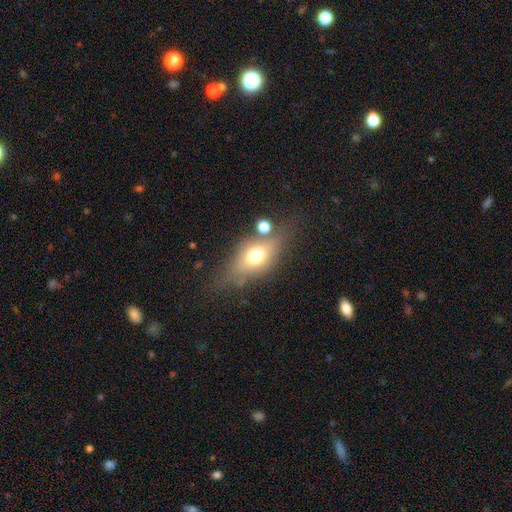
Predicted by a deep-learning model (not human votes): smooth 56%, featured or disk 33%, star or artifact 11%. Down the decision tree: how rounded — in between (71%); merging — none (57%).